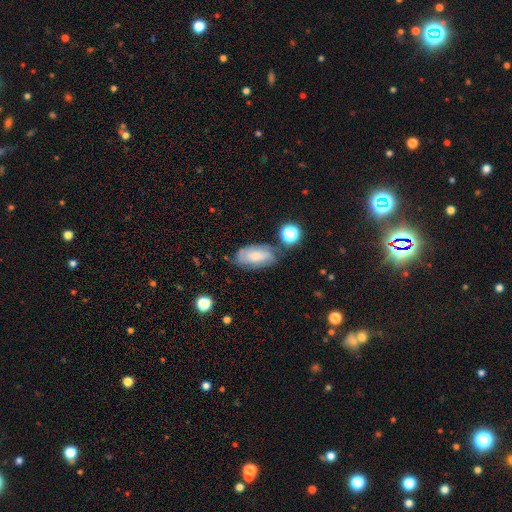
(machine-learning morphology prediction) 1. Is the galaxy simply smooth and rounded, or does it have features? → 51% smooth, 39% featured or disk, 10% star or artifact.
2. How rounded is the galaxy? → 89% in between, 5% cigar-shaped, 5% round.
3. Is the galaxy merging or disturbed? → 63% none, 23% minor disturbance, 8% major disturbance, 6% merger.